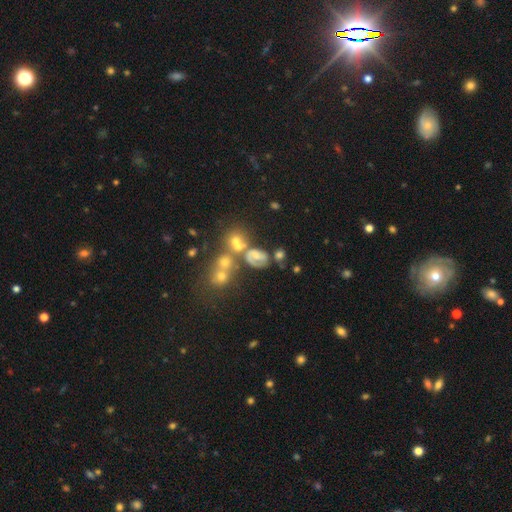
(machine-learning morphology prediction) Smooth or featured? featured or disk (44%)
Merging? none (34%)